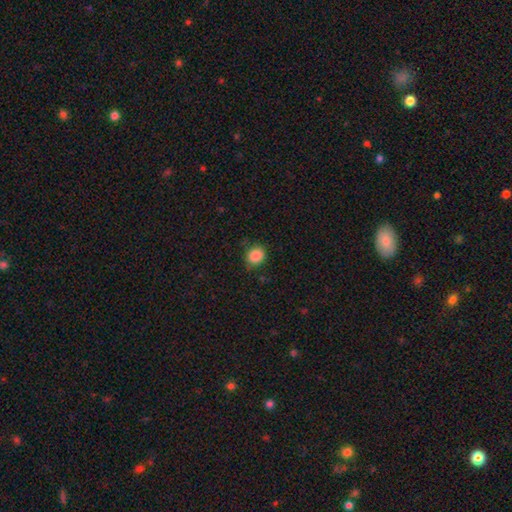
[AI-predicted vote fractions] Q: Smooth or featured?
A: smooth (87%); runner-up: star or artifact (9%)
Q: How rounded?
A: round (67%); runner-up: in between (32%)
Q: Merging?
A: none (79%); runner-up: minor disturbance (17%)